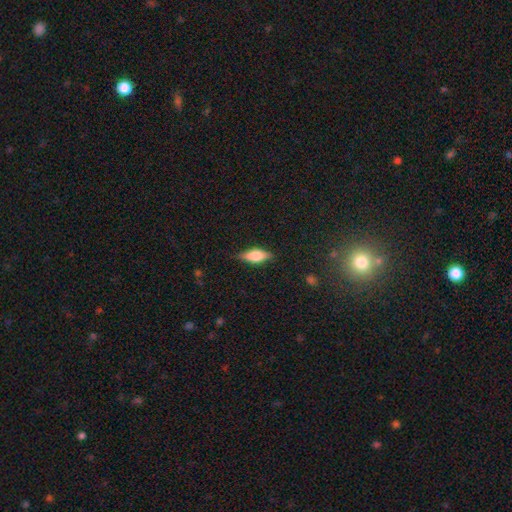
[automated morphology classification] Smooth or featured?
  - smooth: 58% *
  - featured or disk: 35%
  - star or artifact: 7%
How rounded?
  - in between: 69% *
  - cigar-shaped: 27%
  - round: 3%
Merging?
  - none: 82% *
  - minor disturbance: 14%
  - major disturbance: 3%
  - merger: 1%